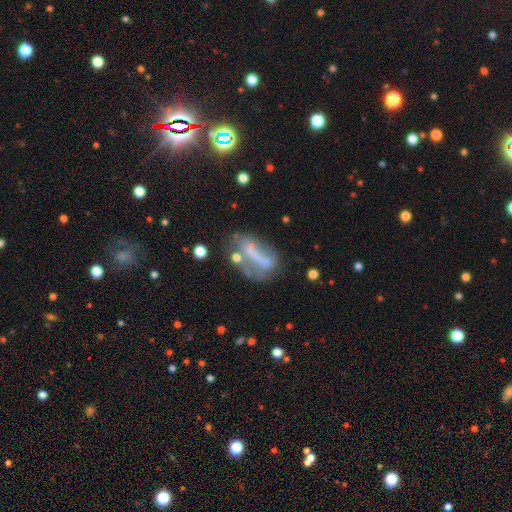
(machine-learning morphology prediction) smooth_or_featured: featured or disk (p=0.48) [alt: smooth p=0.37]
merging: none (p=0.33) [alt: major disturbance p=0.28]